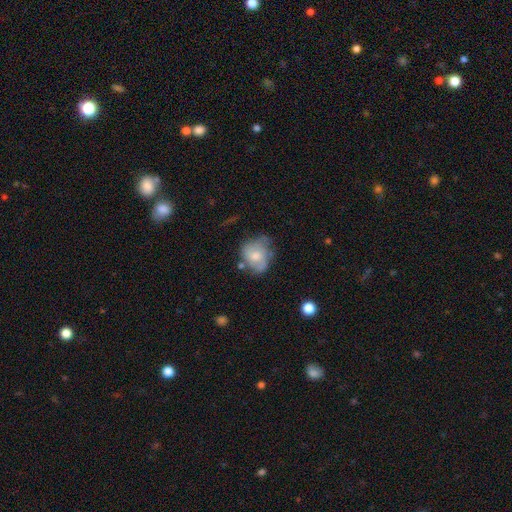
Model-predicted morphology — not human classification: Smooth or featured? Predicted: smooth (p=0.55). How rounded? Predicted: round (p=0.51). Merging? Predicted: none (p=0.40).